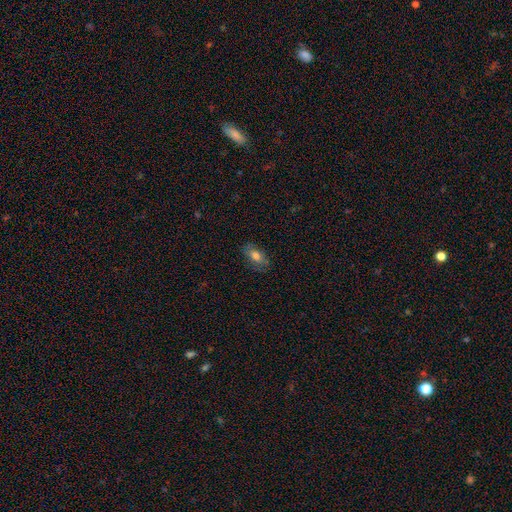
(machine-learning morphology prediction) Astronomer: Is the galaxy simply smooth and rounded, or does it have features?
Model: smooth — 73%.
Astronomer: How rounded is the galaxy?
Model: in between — 87%.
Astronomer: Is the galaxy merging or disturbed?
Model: none — 78%.